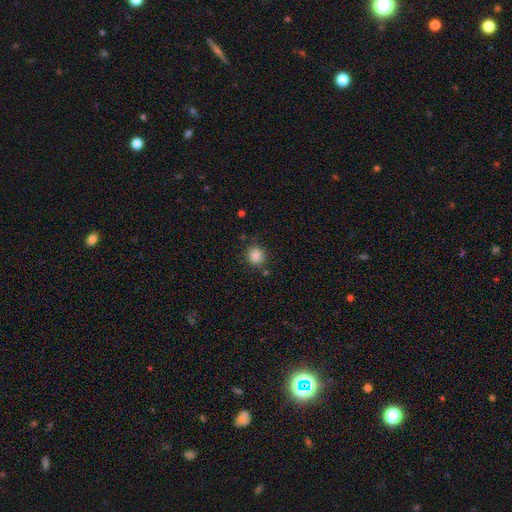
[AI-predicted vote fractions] smooth-or-featured: smooth: 86% | star or artifact: 10% | featured or disk: 4%
  how-rounded: round: 84% | in between: 15% | cigar-shaped: 1%
  merging: none: 82% | minor disturbance: 11% | merger: 4% | major disturbance: 3%